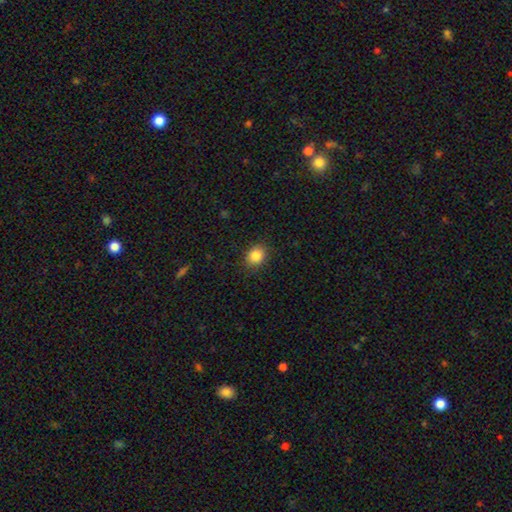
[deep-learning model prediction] The model was most divided on "how rounded": round: 62%, in between: 37%, cigar-shaped: 1%. More confident: merging — none (86%); smooth or featured — smooth (86%).